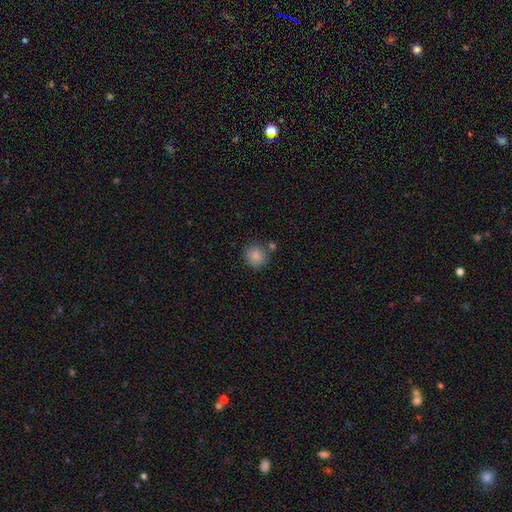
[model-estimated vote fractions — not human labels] Smooth or featured: smooth — 86% (star or artifact — 9%)
How rounded: round — 87% (in between — 12%)
Merging: none — 74% (minor disturbance — 12%)